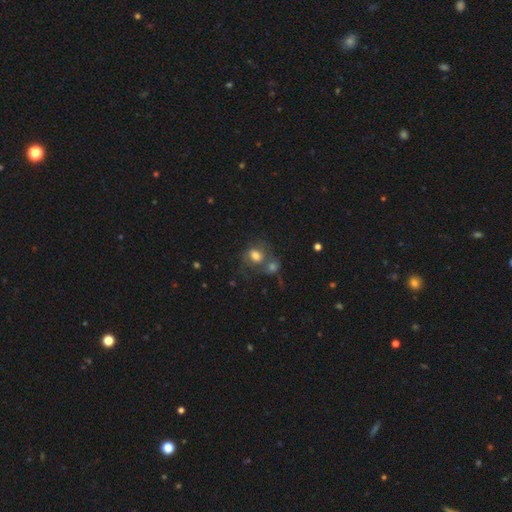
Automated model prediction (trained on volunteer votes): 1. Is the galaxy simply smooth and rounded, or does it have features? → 61% smooth, 29% featured or disk, 11% star or artifact.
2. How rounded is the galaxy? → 52% in between, 46% round, 1% cigar-shaped.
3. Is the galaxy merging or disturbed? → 45% merger, 31% none, 14% minor disturbance, 10% major disturbance.